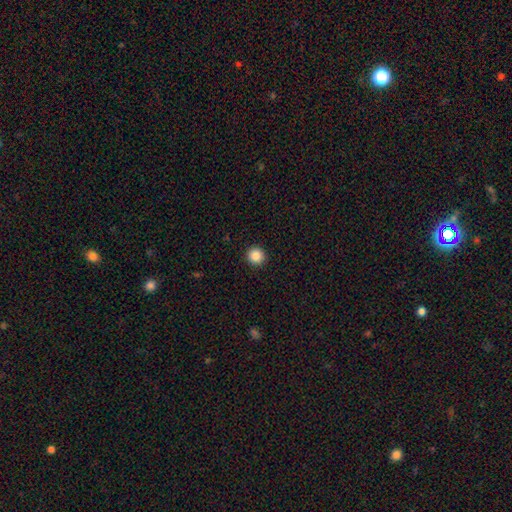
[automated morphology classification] Smooth or featured?
  - smooth: 86% *
  - star or artifact: 10%
  - featured or disk: 3%
How rounded?
  - round: 95% *
  - in between: 4%
  - cigar-shaped: 1%
Merging?
  - none: 94% *
  - minor disturbance: 4%
  - major disturbance: 2%
  - merger: 1%